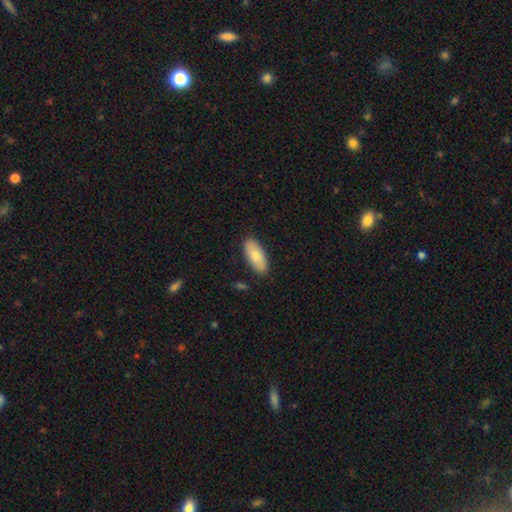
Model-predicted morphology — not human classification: Q: Smooth or featured?
A: smooth (77%); runner-up: featured or disk (17%)
Q: How rounded?
A: in between (88%); runner-up: cigar-shaped (10%)
Q: Merging?
A: none (87%); runner-up: minor disturbance (10%)